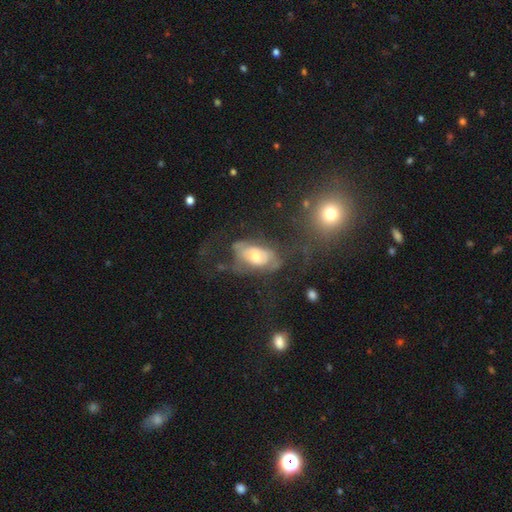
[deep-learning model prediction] A featured or disk galaxy (65%) with no bar (68%), spiral arms (66%) and a moderate central bulge (58%). Merging: none (42%).